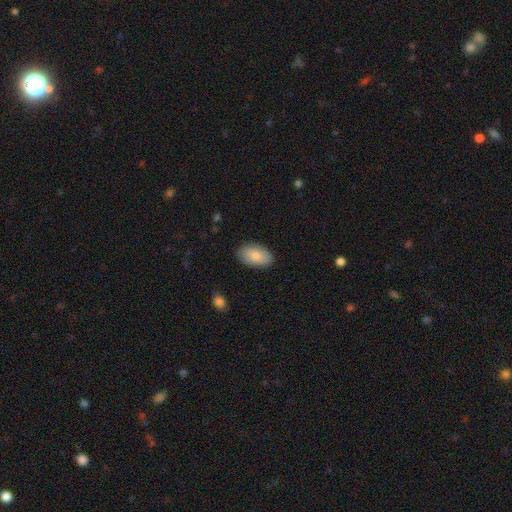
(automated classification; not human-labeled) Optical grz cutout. It shows a smooth galaxy with no disk features (85%) that is in between round and cigar-shaped (95%). Merging: none (86%).